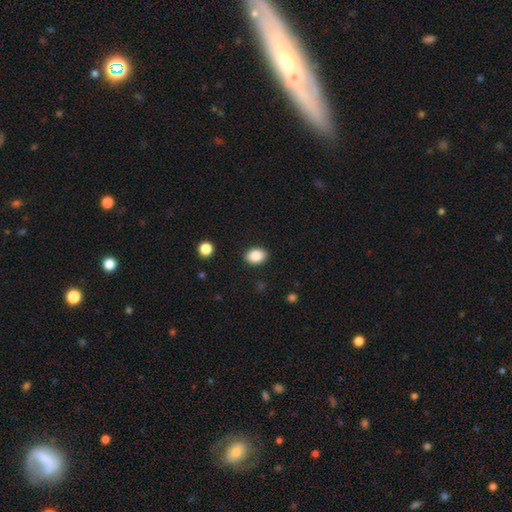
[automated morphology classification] Smooth or featured?
  - smooth: 87% *
  - star or artifact: 8%
  - featured or disk: 5%
How rounded?
  - in between: 73% *
  - round: 26%
  - cigar-shaped: 1%
Merging?
  - none: 89% *
  - minor disturbance: 8%
  - major disturbance: 2%
  - merger: 1%